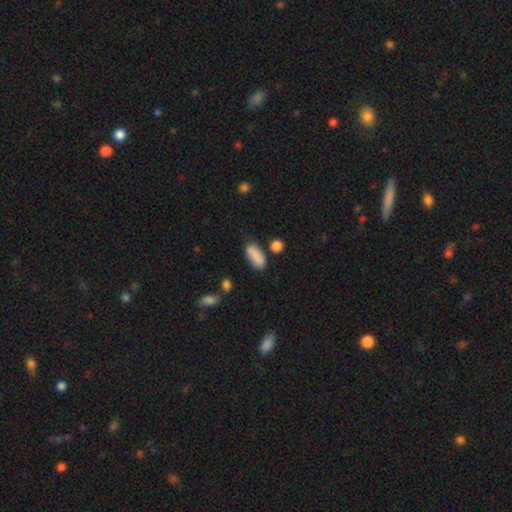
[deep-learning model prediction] Smooth or featured? smooth (87%)
How rounded? in between (85%)
Merging? none (73%)